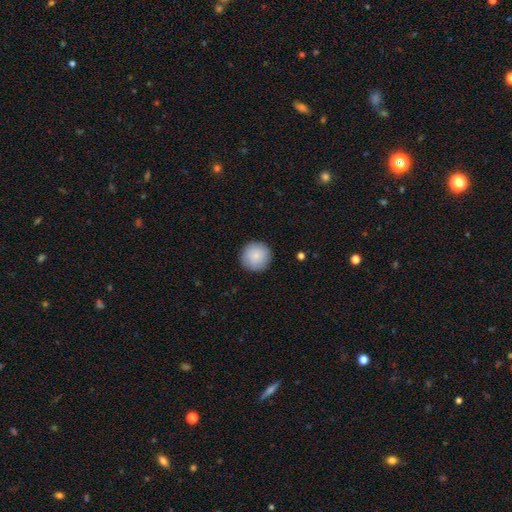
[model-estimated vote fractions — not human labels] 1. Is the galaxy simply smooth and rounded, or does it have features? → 86% smooth, 7% featured or disk, 7% star or artifact.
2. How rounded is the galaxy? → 96% round, 4% in between, 1% cigar-shaped.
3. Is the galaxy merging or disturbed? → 90% none, 7% minor disturbance, 2% major disturbance, 1% merger.